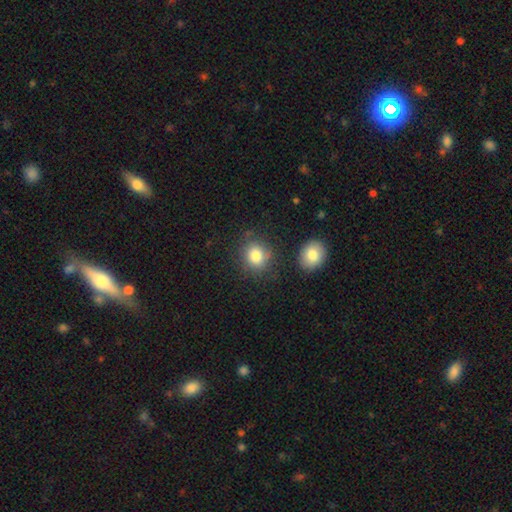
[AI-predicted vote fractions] The model was most divided on "how rounded": round: 78%, in between: 21%, cigar-shaped: 1%. More confident: smooth or featured — smooth (83%); merging — none (77%).